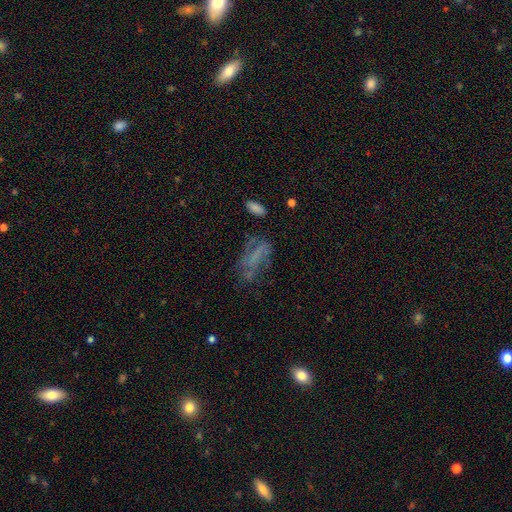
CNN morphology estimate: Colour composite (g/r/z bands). It shows a featured or disk galaxy (47%). Merging: none (43%).